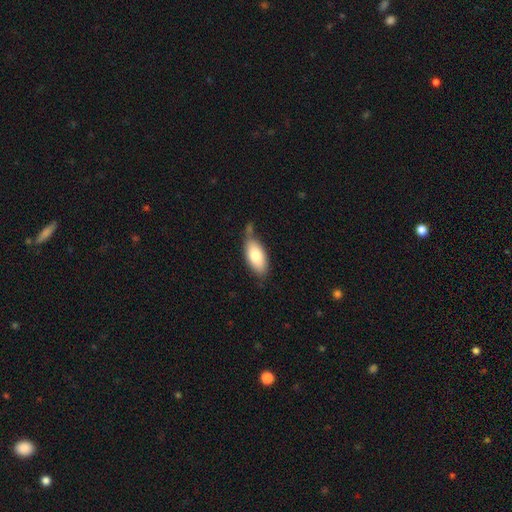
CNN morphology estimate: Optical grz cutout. It shows a smooth galaxy with no disk features (79%) that is in between round and cigar-shaped (90%). Merging: none (57%).